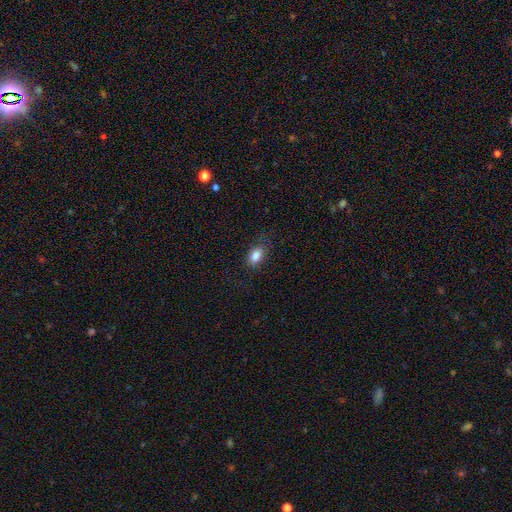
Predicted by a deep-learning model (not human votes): Overall: smooth (85%). How rounded: in between (88%). Merging: none (79%).